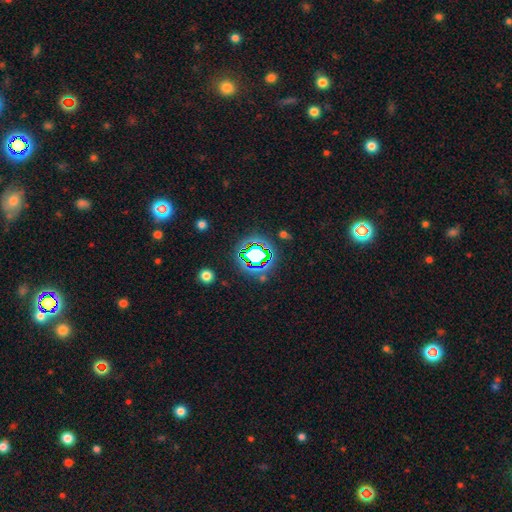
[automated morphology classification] A star or artifact, not a galaxy (78%).